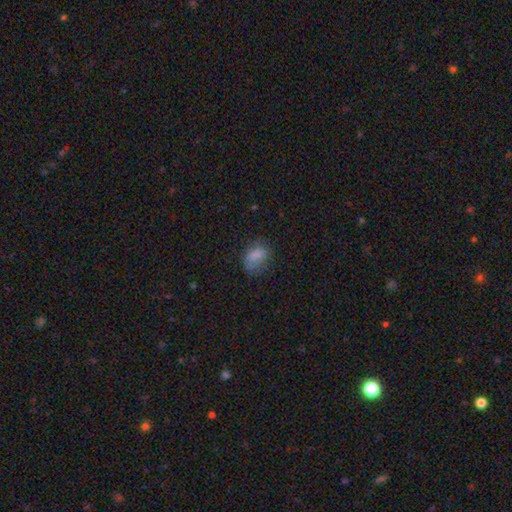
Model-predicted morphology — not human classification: smooth 77%, star or artifact 12%, featured or disk 11%. Down the decision tree: how rounded — in between (79%); merging — none (54%).